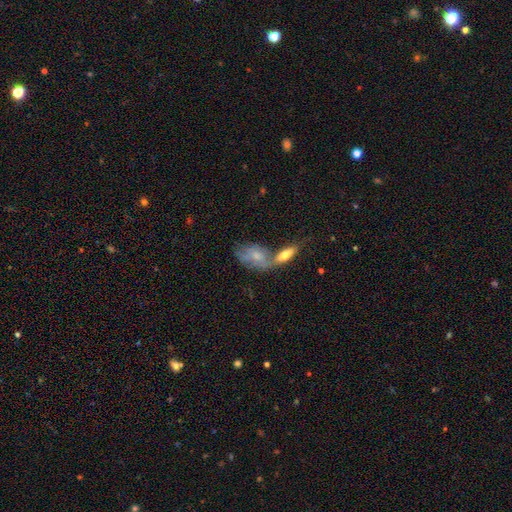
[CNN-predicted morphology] Smooth or featured? smooth (54%)
How rounded? in between (85%)
Merging? merger (40%)